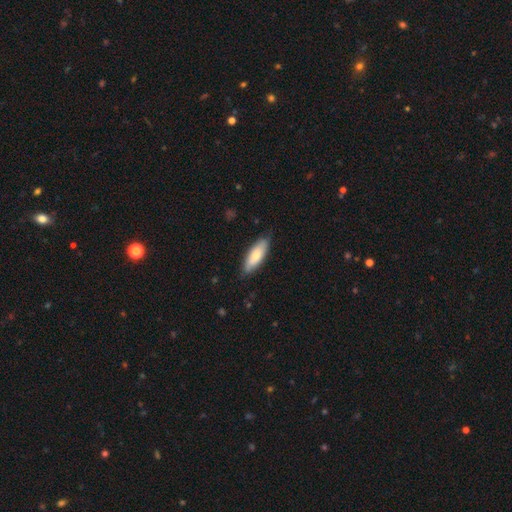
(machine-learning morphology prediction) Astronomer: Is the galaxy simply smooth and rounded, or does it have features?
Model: smooth — 75%.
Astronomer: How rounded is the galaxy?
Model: in between — 66%.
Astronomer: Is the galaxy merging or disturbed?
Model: none — 80%.